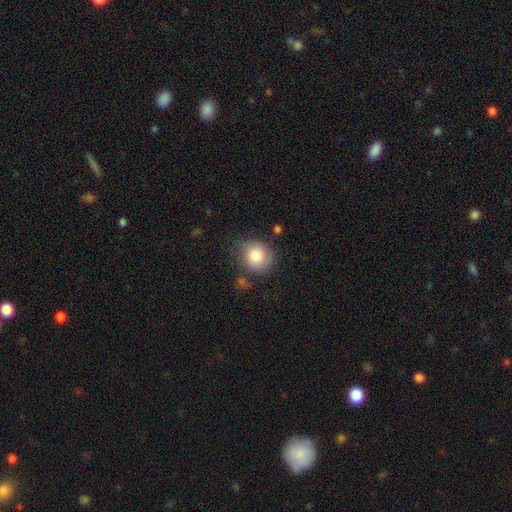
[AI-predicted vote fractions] smooth 82%, featured or disk 10%, star or artifact 7%. Down the decision tree: how rounded — round (80%); merging — none (65%).